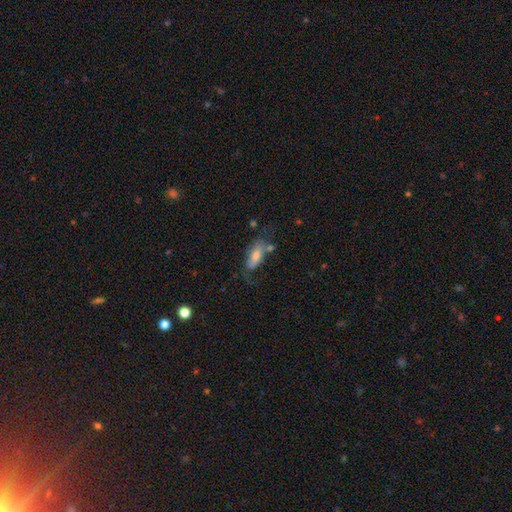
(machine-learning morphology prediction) This appears to be a smooth galaxy with no disk features (64%) that is in between round and cigar-shaped (79%). Merging: none (44%).